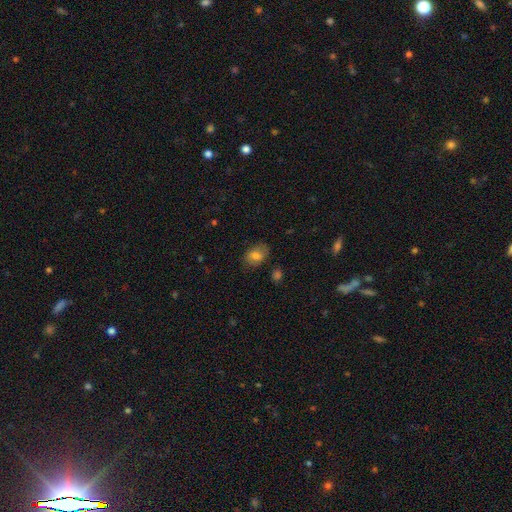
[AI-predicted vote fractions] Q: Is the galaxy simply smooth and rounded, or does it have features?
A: smooth — 77%.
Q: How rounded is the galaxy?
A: in between — 76%.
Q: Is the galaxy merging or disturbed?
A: none — 79%.